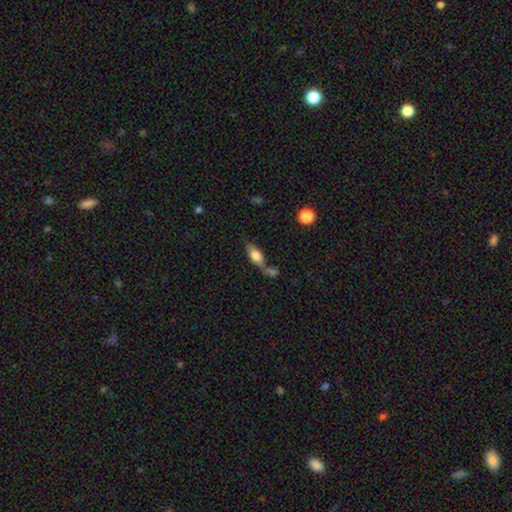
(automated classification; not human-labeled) The model was most divided on "merging": none: 46%, merger: 29%, minor disturbance: 17%, major disturbance: 8%. More confident: how rounded — in between (73%); smooth or featured — smooth (68%).